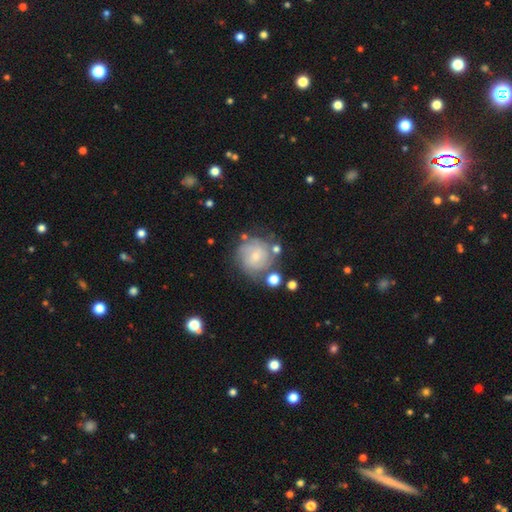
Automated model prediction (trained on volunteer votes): featured or disk 53%, smooth 39%, star or artifact 8%. Down the decision tree: edge-on disk — no (98%); bar — no (61%); spiral arms — yes (77%); bulge size — small (64%); merging — none (62%).